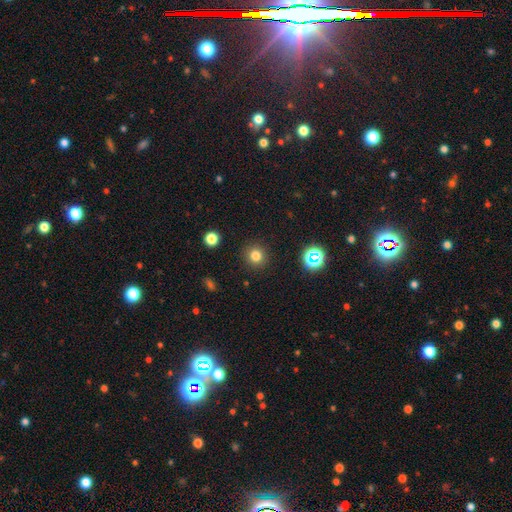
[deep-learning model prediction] Smooth or featured?
  - smooth: 79% *
  - star or artifact: 15%
  - featured or disk: 6%
How rounded?
  - round: 93% *
  - in between: 6%
  - cigar-shaped: 1%
Merging?
  - none: 91% *
  - minor disturbance: 6%
  - major disturbance: 2%
  - merger: 1%